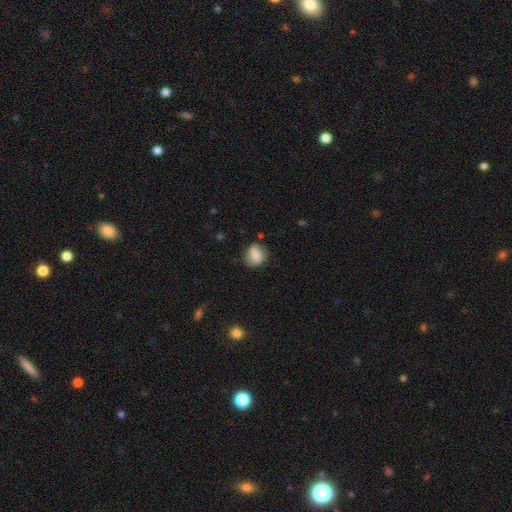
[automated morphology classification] This is likely a smooth galaxy (72%). How rounded: likely round (61%). Merging: likely none (67%).